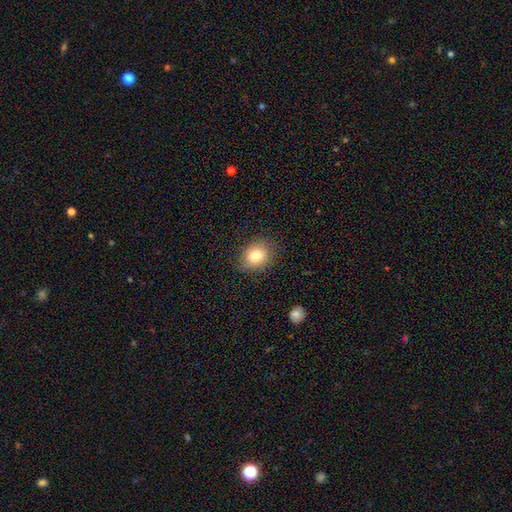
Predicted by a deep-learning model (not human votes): Smooth or featured?
  - smooth: 81% *
  - featured or disk: 9%
  - star or artifact: 9%
How rounded?
  - round: 50% *
  - in between: 49%
  - cigar-shaped: 1%
Merging?
  - none: 83% *
  - minor disturbance: 12%
  - major disturbance: 4%
  - merger: 1%